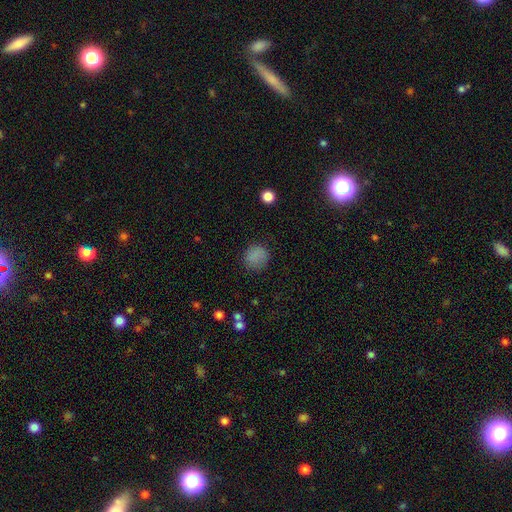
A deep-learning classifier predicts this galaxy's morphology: Overall: smooth (83%). How rounded: round (86%). Merging: none (83%).